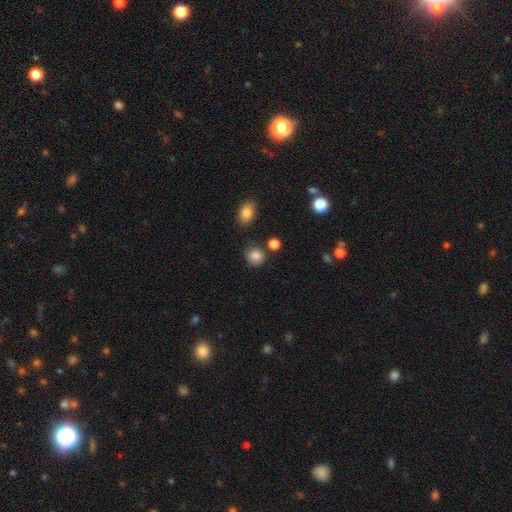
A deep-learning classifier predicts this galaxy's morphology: Q: Smooth or featured?
A: smooth (85%); runner-up: star or artifact (10%)
Q: How rounded?
A: round (83%); runner-up: in between (16%)
Q: Merging?
A: none (79%); runner-up: minor disturbance (11%)